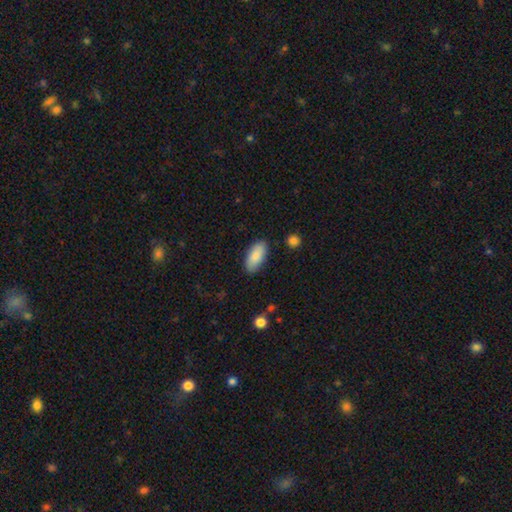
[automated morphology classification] This is clearly a smooth galaxy (87%). How rounded: clearly in between (90%). Merging: clearly none (86%).